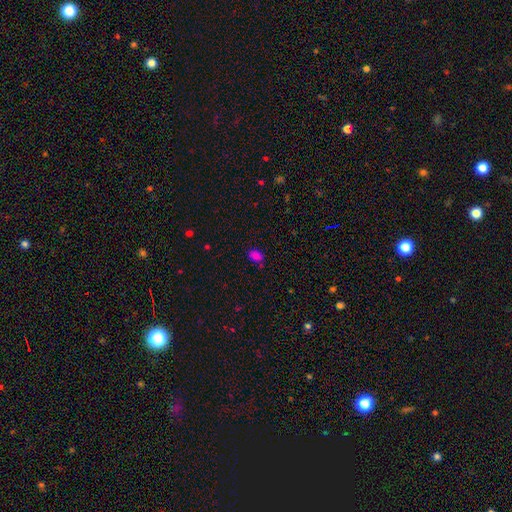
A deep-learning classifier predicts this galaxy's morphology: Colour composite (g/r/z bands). It shows a smooth galaxy with no disk features (77%) that is in between round and cigar-shaped (79%). Merging: none (77%).